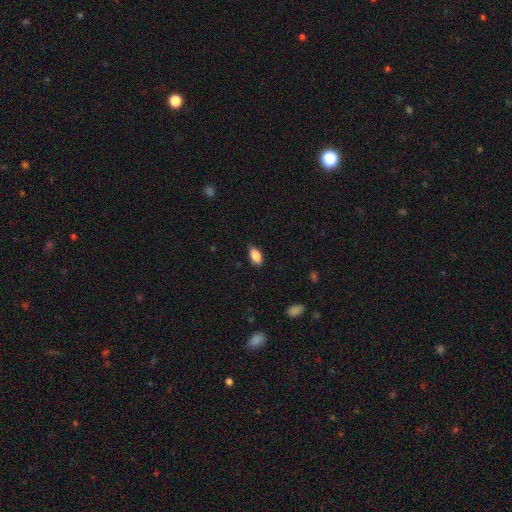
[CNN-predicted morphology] The model was most divided on "merging": none: 81%, minor disturbance: 16%, major disturbance: 2%, merger: 1%. More confident: how rounded — in between (90%); smooth or featured — smooth (85%).